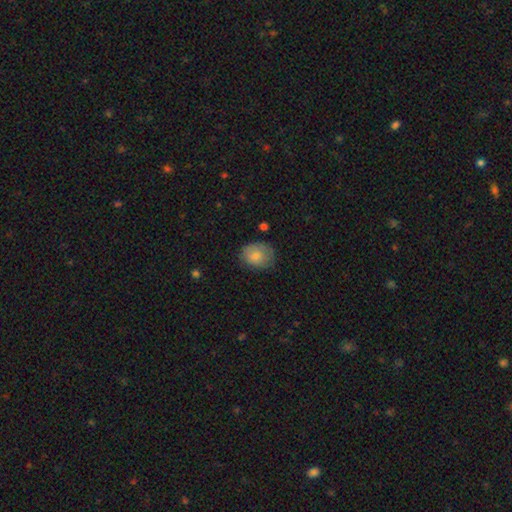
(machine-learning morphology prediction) smooth_or_featured: smooth (p=0.78) [alt: featured or disk p=0.14]
how_rounded: in between (p=0.52) [alt: round p=0.47]
merging: none (p=0.66) [alt: minor disturbance p=0.25]